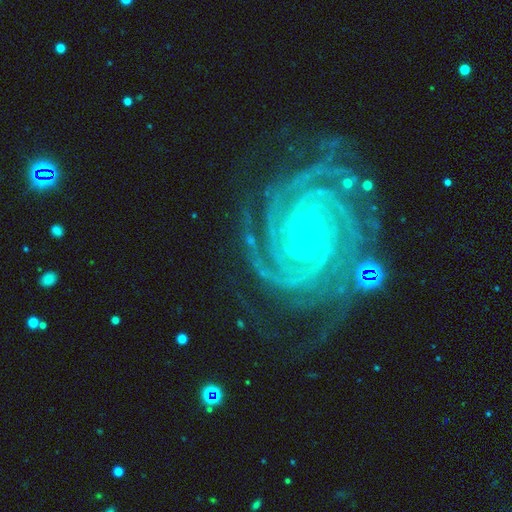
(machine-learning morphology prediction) A featured or disk galaxy (91%) with no bar (76%), 4 (26%) tight (85%) spiral arms (99%) and a small central bulge (88%). Merging: none (75%).